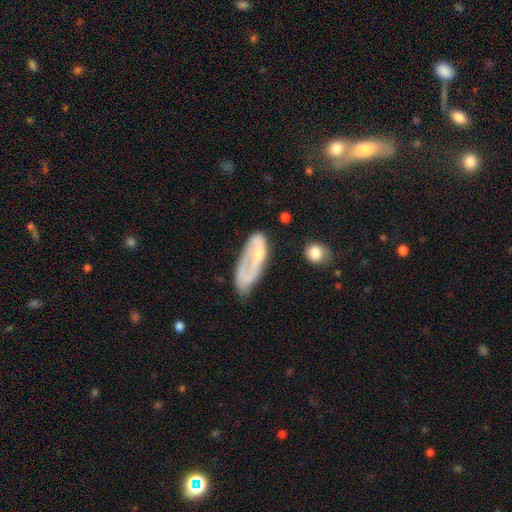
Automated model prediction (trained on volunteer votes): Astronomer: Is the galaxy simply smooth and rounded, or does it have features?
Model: featured or disk — 55% (runner-up: smooth, 38%).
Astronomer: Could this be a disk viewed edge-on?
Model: no — 84%.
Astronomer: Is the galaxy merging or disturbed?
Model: none — 39% (runner-up: minor disturbance, 28%).